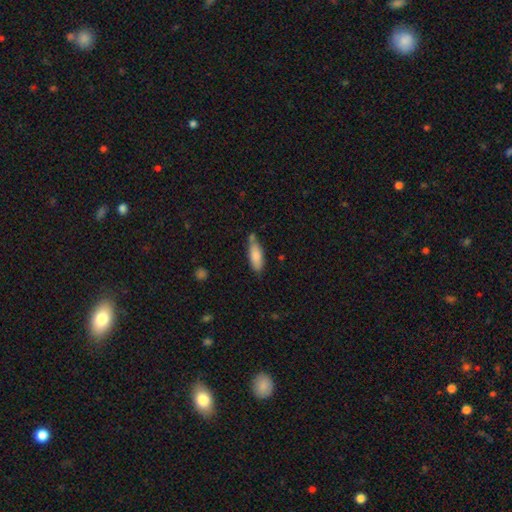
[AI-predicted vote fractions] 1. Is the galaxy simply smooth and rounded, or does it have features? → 84% smooth, 10% featured or disk, 6% star or artifact.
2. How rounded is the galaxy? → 66% in between, 32% cigar-shaped, 2% round.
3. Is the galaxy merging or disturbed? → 59% none, 24% minor disturbance, 12% merger, 5% major disturbance.